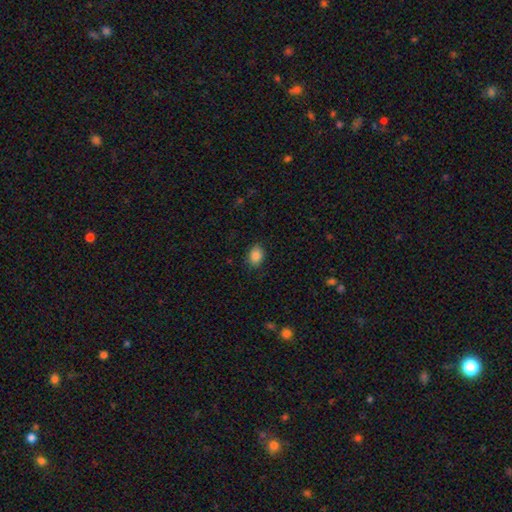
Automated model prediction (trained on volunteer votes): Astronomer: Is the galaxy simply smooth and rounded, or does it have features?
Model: smooth — 86%.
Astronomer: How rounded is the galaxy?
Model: in between — 71%.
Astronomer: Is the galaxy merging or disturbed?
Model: none — 83%.